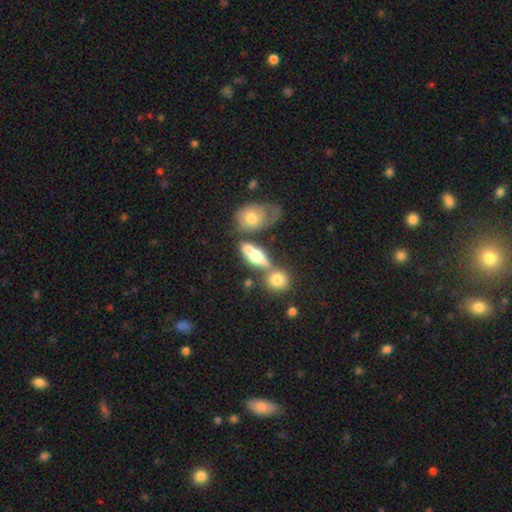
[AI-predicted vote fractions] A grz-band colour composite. It shows a smooth galaxy with no disk features (46%). Merging: merger (40%).